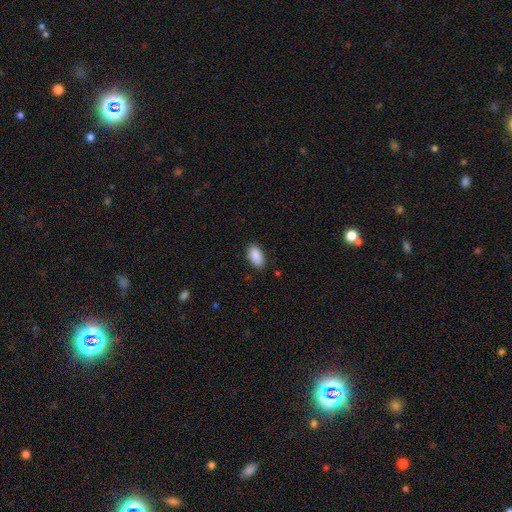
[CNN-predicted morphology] The model was most divided on "merging": none: 85%, minor disturbance: 11%, major disturbance: 3%, merger: 1%. More confident: how rounded — in between (93%); smooth or featured — smooth (90%).